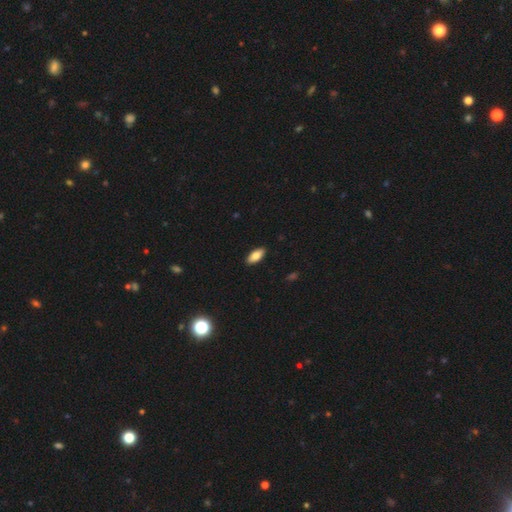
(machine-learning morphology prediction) Smooth or featured: smooth — 82% (featured or disk — 12%)
How rounded: in between — 87% (cigar-shaped — 11%)
Merging: none — 90% (minor disturbance — 8%)